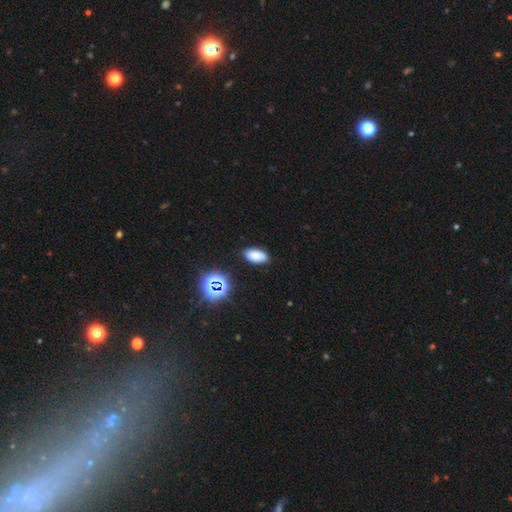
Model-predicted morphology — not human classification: A smooth galaxy with no disk features (75%) that is in between round and cigar-shaped (93%). Merging: none (86%).